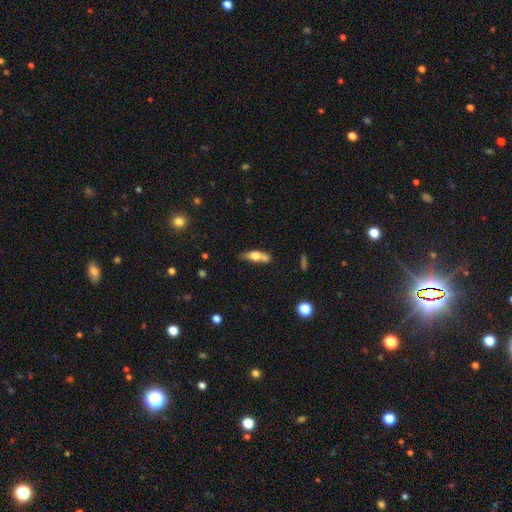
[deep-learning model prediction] Morphology: type=smooth (60%); roundness=in between (53%); merging=none (44%).